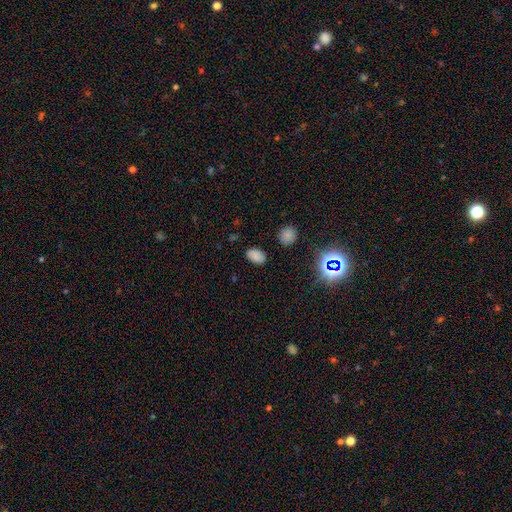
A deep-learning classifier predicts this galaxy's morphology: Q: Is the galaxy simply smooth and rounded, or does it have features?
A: smooth — 78%.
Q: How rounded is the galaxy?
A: in between — 88%.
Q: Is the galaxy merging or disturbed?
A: none — 84%.